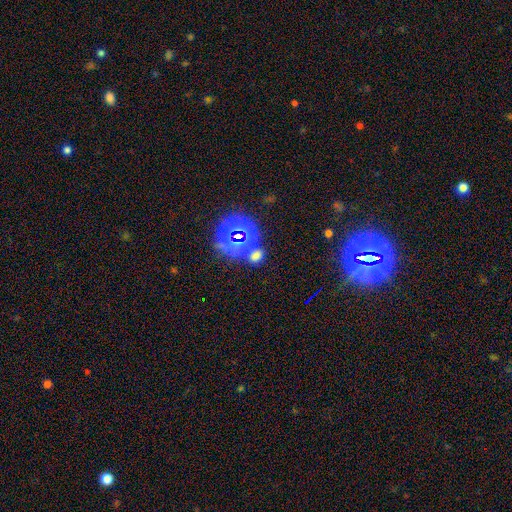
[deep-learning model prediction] smooth 50%, star or artifact 44%, featured or disk 7%. Down the decision tree: merging — none (72%).